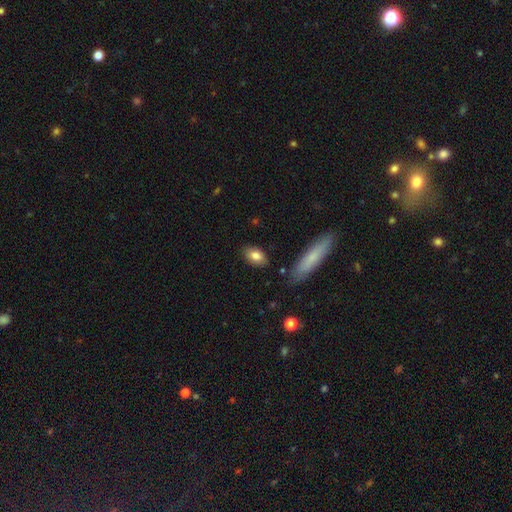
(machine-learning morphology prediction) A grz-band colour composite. It shows a smooth galaxy with no disk features (81%) that is in between round and cigar-shaped (87%). Merging: none (83%).